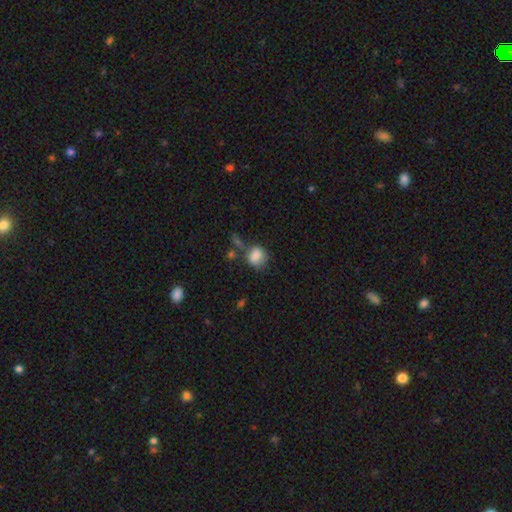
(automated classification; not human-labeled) smooth-or-featured: smooth: 81% | star or artifact: 10% | featured or disk: 9%
  how-rounded: round: 55% | in between: 43% | cigar-shaped: 1%
  merging: none: 48% | minor disturbance: 25% | merger: 14% | major disturbance: 13%